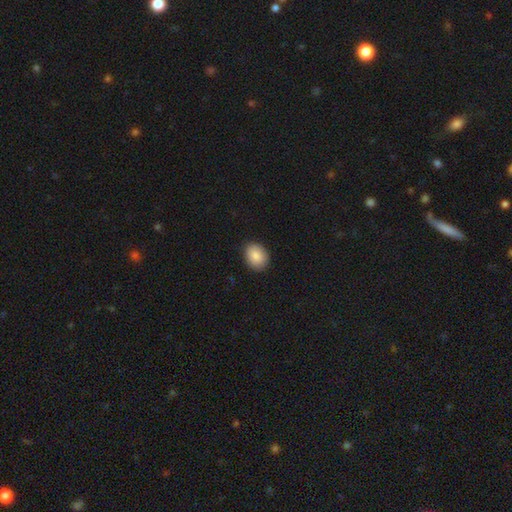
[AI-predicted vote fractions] A smooth galaxy with no disk features (87%) that is in between round and cigar-shaped (62%).

Vote fractions:
- Smooth or featured? smooth: 87% / star or artifact: 7% / featured or disk: 6%
- How rounded? in between: 62% / round: 37% / cigar-shaped: 1%
- Merging? none: 88% / minor disturbance: 9% / major disturbance: 2% / merger: 1%